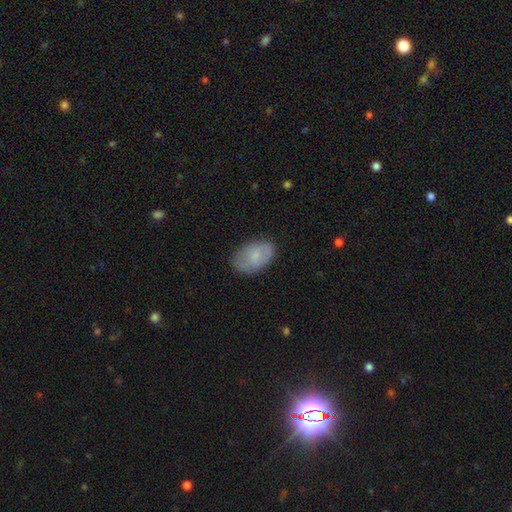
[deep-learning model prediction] smooth_or_featured: smooth (p=0.70) [alt: featured or disk p=0.23]
how_rounded: in between (p=0.90) [alt: round p=0.09]
merging: none (p=0.72) [alt: minor disturbance p=0.21]